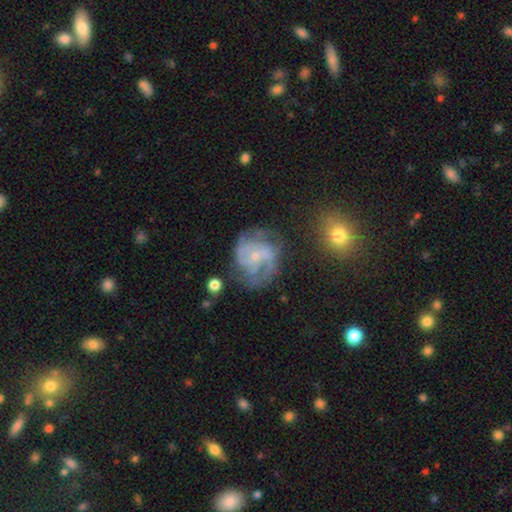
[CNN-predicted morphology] Smooth or featured: featured or disk — 83% (smooth — 11%)
Edge-on disk: no — 98% (yes — 2%)
Bar: no — 64% (weak — 30%)
Spiral arms: yes — 93% (no — 7%)
Spiral winding: medium — 47% (tight — 36%)
Spiral arm count: 2 — 38% (3 — 25%)
Bulge size: small — 78% (moderate — 16%)
Merging: none — 59% (minor disturbance — 21%)